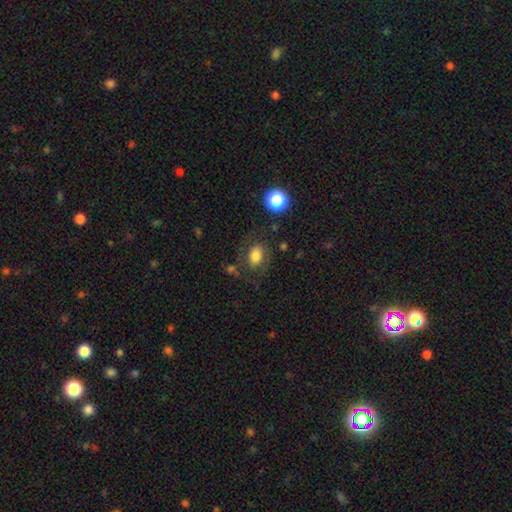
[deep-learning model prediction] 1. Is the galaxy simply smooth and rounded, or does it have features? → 69% smooth, 20% featured or disk, 11% star or artifact.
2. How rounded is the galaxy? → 66% in between, 33% round, 1% cigar-shaped.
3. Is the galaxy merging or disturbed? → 68% none, 16% minor disturbance, 13% major disturbance, 4% merger.